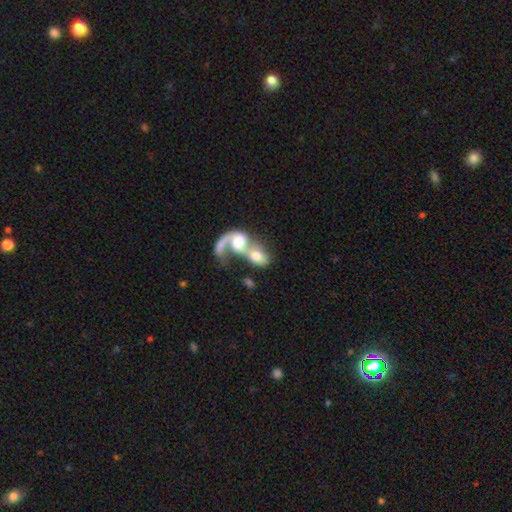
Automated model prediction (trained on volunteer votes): smooth_or_featured: featured or disk (p=0.48) [alt: smooth p=0.44]
merging: merger (p=0.83) [alt: major disturbance p=0.08]